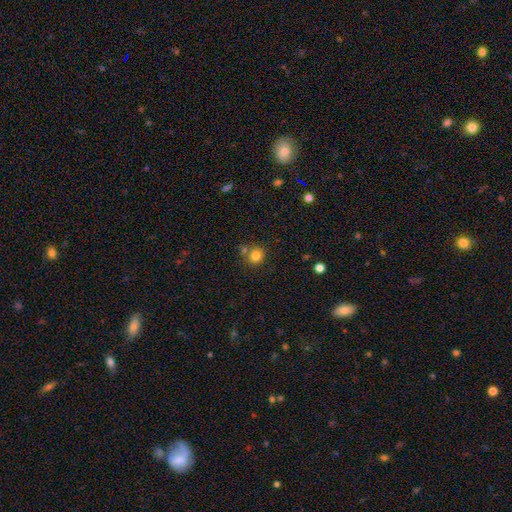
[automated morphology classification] Q: Smooth or featured?
A: smooth (82%); runner-up: star or artifact (12%)
Q: How rounded?
A: round (90%); runner-up: in between (9%)
Q: Merging?
A: none (71%); runner-up: merger (16%)